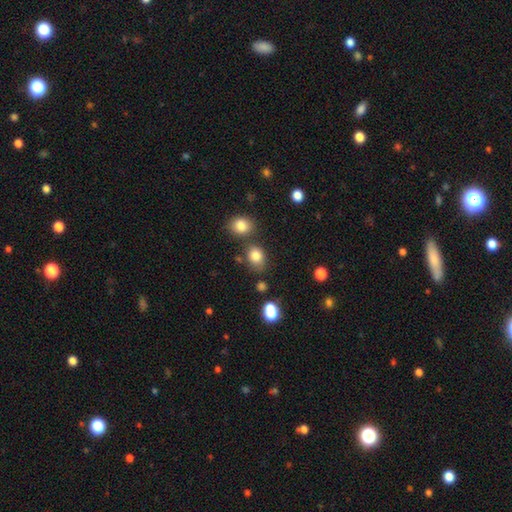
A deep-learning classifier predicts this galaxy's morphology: A smooth galaxy with no disk features (82%) that is in between round and cigar-shaped (54%). Merging: none (68%).